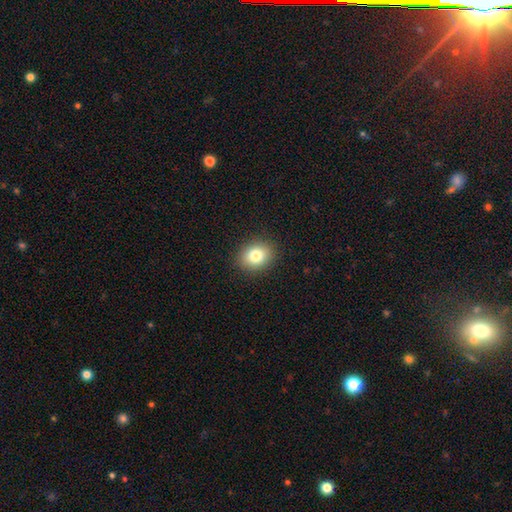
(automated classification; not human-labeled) Smooth or featured?
  - smooth: 82% *
  - star or artifact: 10%
  - featured or disk: 8%
How rounded?
  - round: 50% *
  - in between: 49%
  - cigar-shaped: 1%
Merging?
  - none: 90% *
  - minor disturbance: 7%
  - major disturbance: 2%
  - merger: 1%